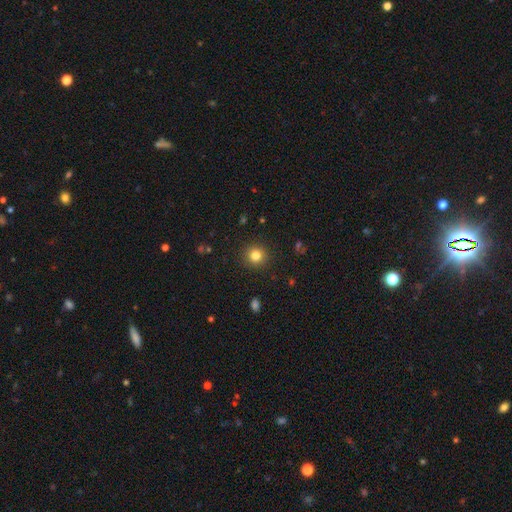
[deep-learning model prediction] smooth 81%, star or artifact 12%, featured or disk 6%. Down the decision tree: how rounded — round (91%); merging — none (90%).